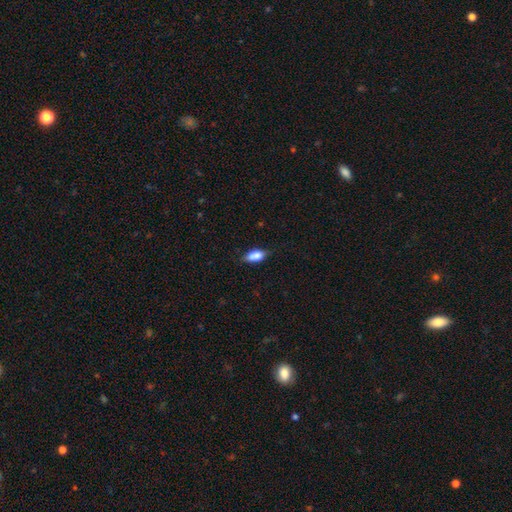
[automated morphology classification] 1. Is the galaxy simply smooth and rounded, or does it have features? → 81% smooth, 12% featured or disk, 8% star or artifact.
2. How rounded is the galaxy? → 84% in between, 12% cigar-shaped, 4% round.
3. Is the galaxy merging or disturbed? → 74% none, 21% minor disturbance, 4% major disturbance, 2% merger.